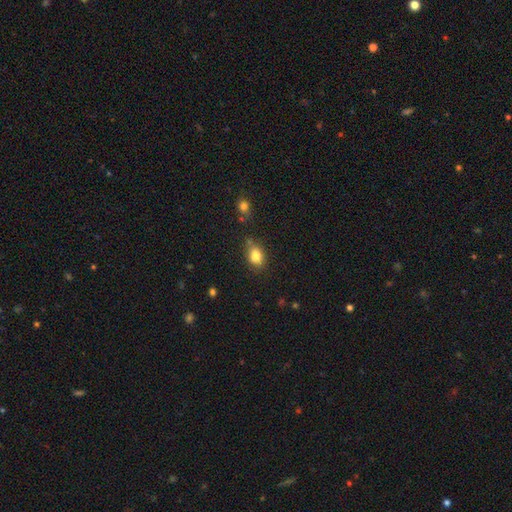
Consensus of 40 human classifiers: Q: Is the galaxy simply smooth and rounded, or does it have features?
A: smooth — 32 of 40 (80%).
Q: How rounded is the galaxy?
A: in between — 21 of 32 (66%).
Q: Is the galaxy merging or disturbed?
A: none — 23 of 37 (62%).